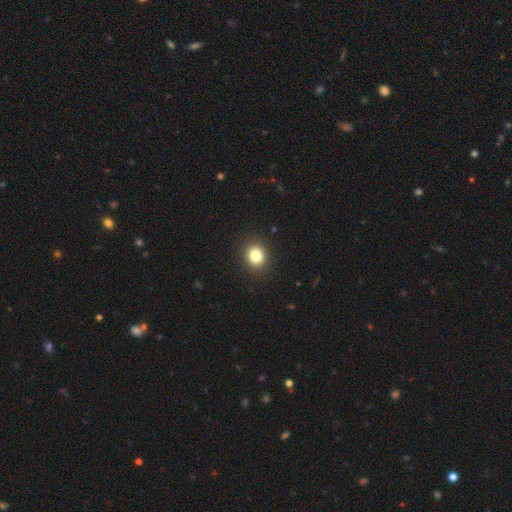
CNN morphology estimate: A smooth galaxy with no disk features (83%) that is round (76%). Merging: none (91%).